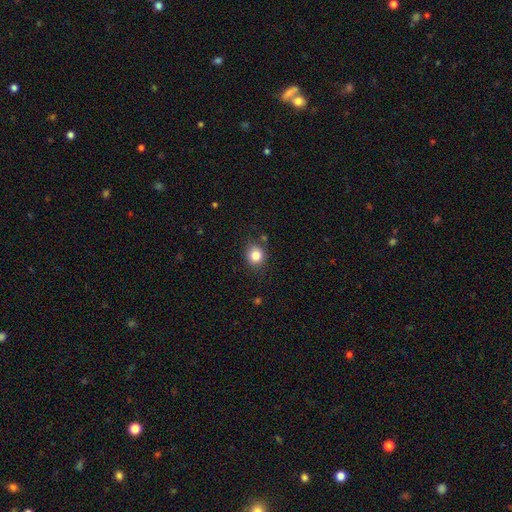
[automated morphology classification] Smooth or featured: smooth — 83% (star or artifact — 11%)
How rounded: round — 80% (in between — 19%)
Merging: none — 81% (minor disturbance — 13%)